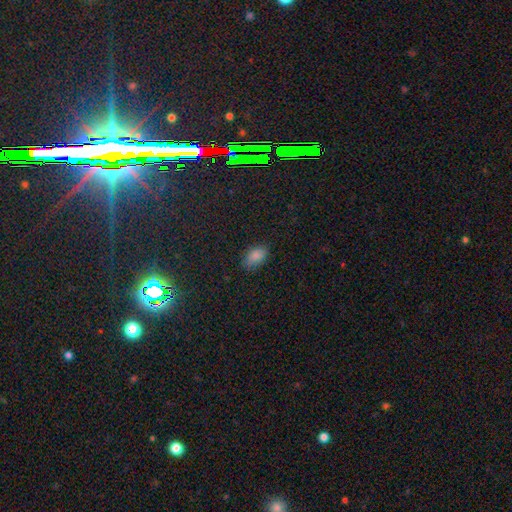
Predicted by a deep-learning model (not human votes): Q: Smooth or featured?
A: smooth (85%); runner-up: star or artifact (10%)
Q: How rounded?
A: in between (92%); runner-up: round (6%)
Q: Merging?
A: none (82%); runner-up: minor disturbance (14%)